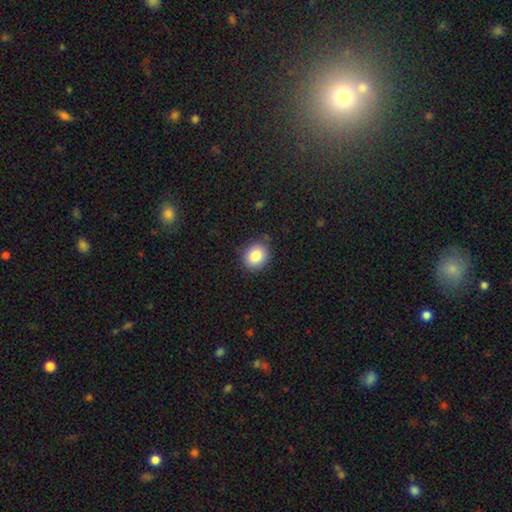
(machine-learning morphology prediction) Smooth or featured?
  - smooth: 84% *
  - star or artifact: 9%
  - featured or disk: 7%
How rounded?
  - round: 72% *
  - in between: 27%
  - cigar-shaped: 1%
Merging?
  - none: 86% *
  - minor disturbance: 10%
  - major disturbance: 2%
  - merger: 1%